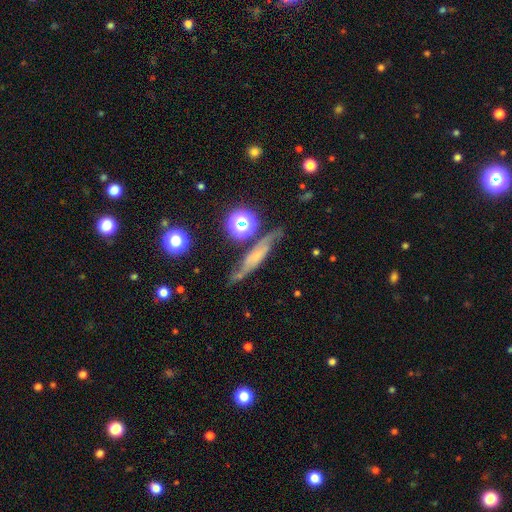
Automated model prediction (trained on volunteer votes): This is possibly a featured or disk galaxy (56%). It is likely viewed edge-on (61%). Merging: likely none (66%).